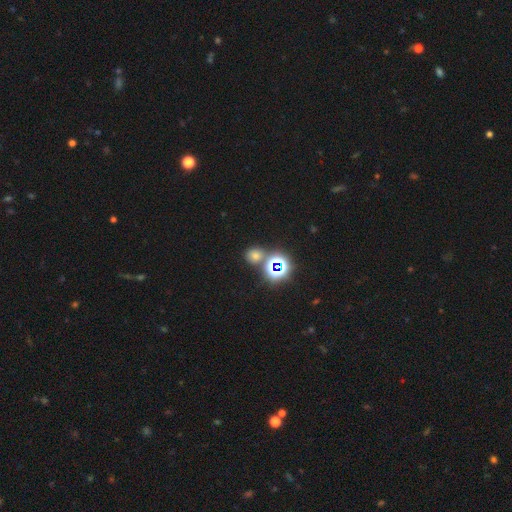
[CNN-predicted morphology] Smooth or featured?
  - smooth: 55% *
  - star or artifact: 37%
  - featured or disk: 7%
How rounded?
  - round: 76% *
  - in between: 23%
  - cigar-shaped: 1%
Merging?
  - none: 73% *
  - merger: 15%
  - minor disturbance: 9%
  - major disturbance: 4%